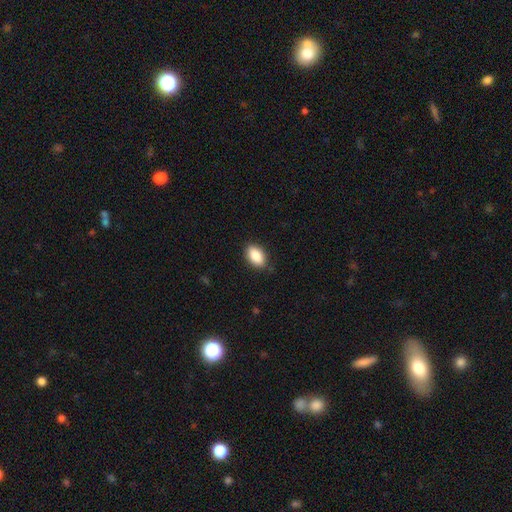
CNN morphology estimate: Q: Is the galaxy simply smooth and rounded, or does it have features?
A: smooth — 88%.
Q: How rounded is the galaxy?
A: in between — 91%.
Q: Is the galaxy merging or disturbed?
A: none — 84%.